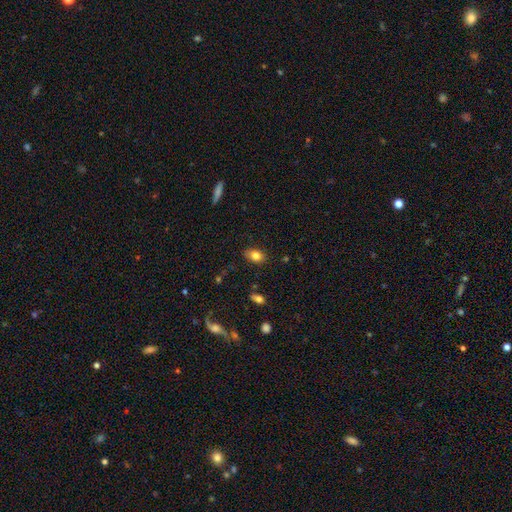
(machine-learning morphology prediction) Smooth or featured?
  - smooth: 80% *
  - featured or disk: 11%
  - star or artifact: 10%
How rounded?
  - in between: 82% *
  - round: 15%
  - cigar-shaped: 3%
Merging?
  - none: 82% *
  - minor disturbance: 13%
  - major disturbance: 3%
  - merger: 2%